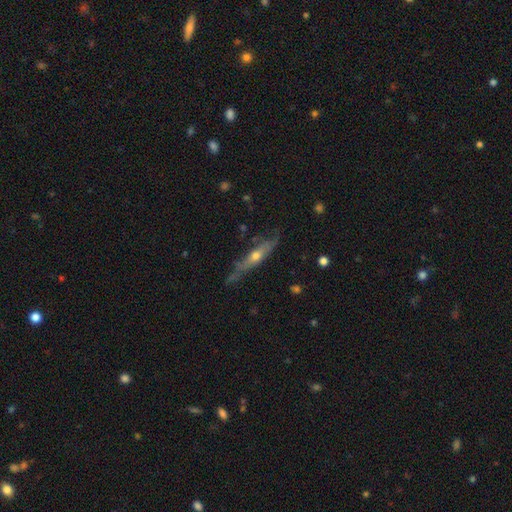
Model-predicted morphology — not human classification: featured or disk 67%, smooth 26%, star or artifact 7%. Down the decision tree: edge-on disk — yes (83%); edge-on bulge — rounded (82%); merging — none (65%).